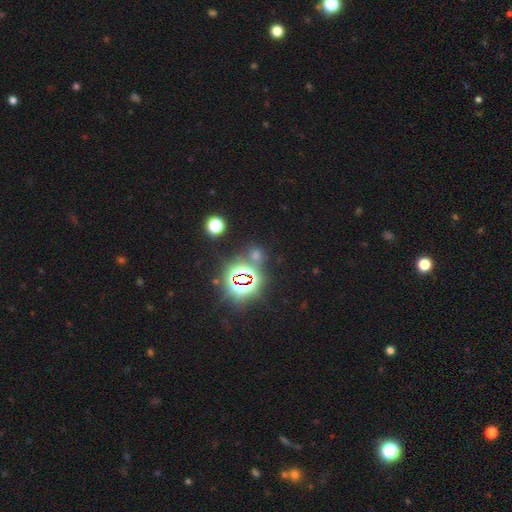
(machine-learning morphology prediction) Q: Smooth or featured?
A: star or artifact (71%); runner-up: smooth (22%)